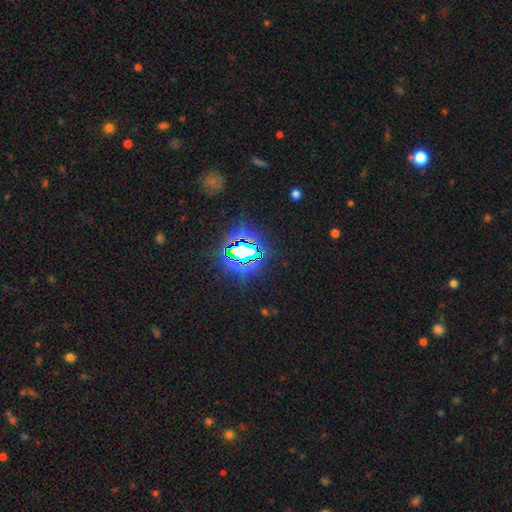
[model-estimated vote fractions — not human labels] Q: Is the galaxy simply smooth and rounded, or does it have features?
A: star or artifact — 82%.